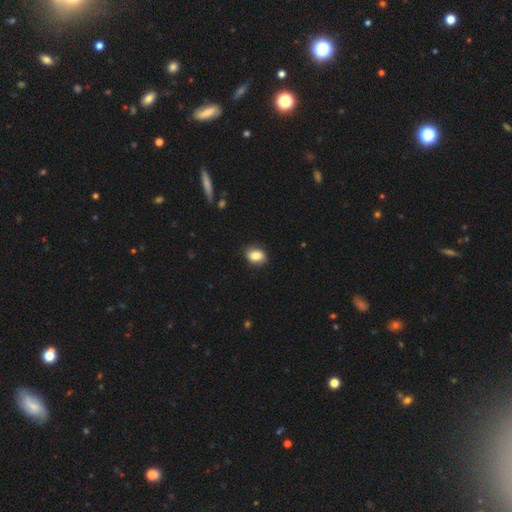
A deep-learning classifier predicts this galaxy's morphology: Smooth or featured? smooth (84%)
How rounded? in between (64%)
Merging? none (84%)